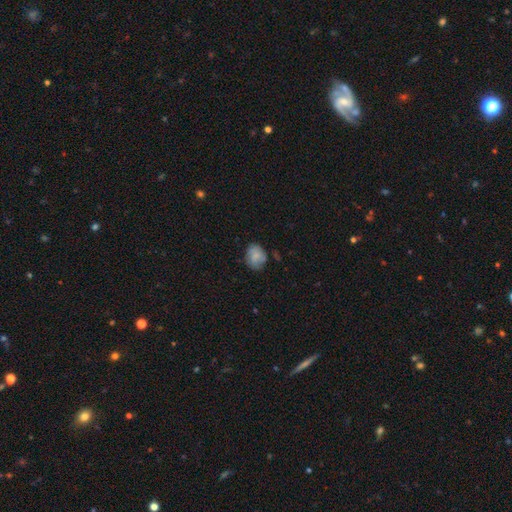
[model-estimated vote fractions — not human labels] Smooth or featured?
  - smooth: 72% *
  - featured or disk: 20%
  - star or artifact: 8%
How rounded?
  - in between: 51% *
  - round: 48%
  - cigar-shaped: 1%
Merging?
  - none: 68% *
  - minor disturbance: 25%
  - major disturbance: 6%
  - merger: 2%